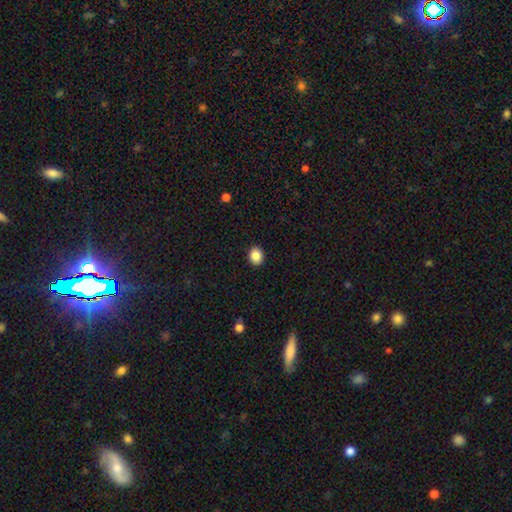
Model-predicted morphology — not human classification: Smooth or featured: smooth — 87% (star or artifact — 9%)
How rounded: round — 55% (in between — 44%)
Merging: none — 92% (minor disturbance — 6%)